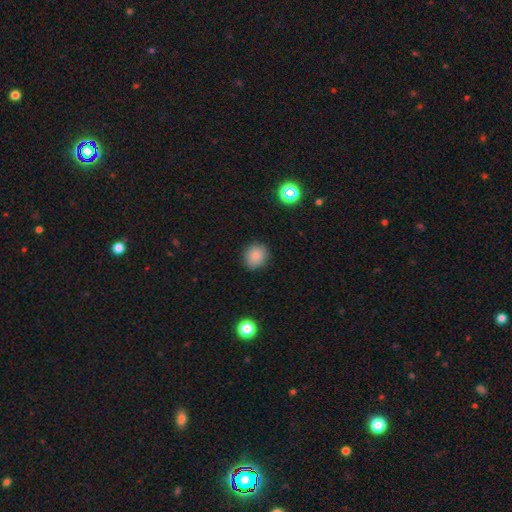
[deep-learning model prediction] This appears to be a smooth galaxy with no disk features (85%) that is round (78%). Merging: none (87%).